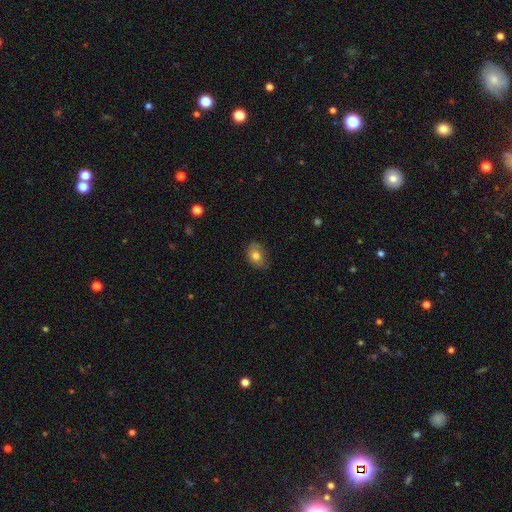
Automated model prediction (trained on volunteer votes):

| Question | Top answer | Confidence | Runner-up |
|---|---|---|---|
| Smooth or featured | smooth | 76% | featured or disk (15%) |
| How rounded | in between | 73% | round (26%) |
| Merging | none | 78% | minor disturbance (18%) |